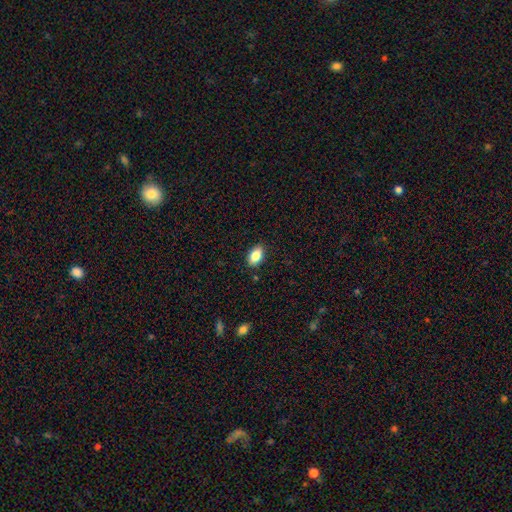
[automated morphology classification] The model was most divided on "smooth or featured": smooth: 85%, star or artifact: 8%, featured or disk: 7%. More confident: how rounded — in between (91%); merging — none (88%).